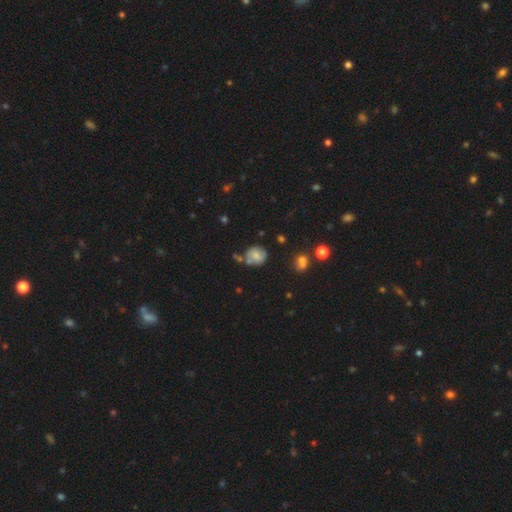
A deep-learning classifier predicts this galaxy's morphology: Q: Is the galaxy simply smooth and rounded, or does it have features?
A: smooth — 61%.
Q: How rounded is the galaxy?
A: round — 78%.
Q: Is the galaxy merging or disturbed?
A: none — 64%.